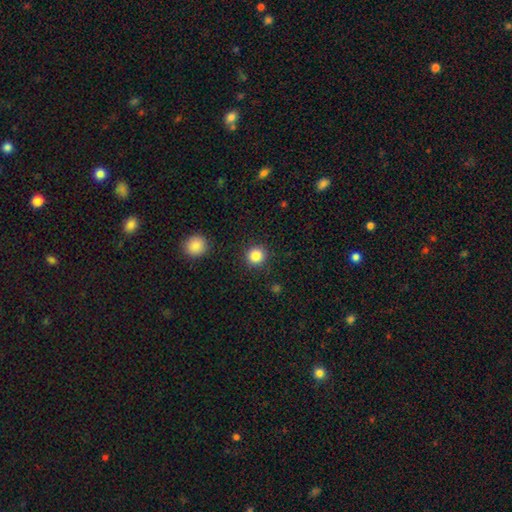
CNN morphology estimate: A smooth galaxy with no disk features (85%) that is round (94%).

Vote fractions:
- Smooth or featured? smooth: 85% / star or artifact: 11% / featured or disk: 5%
- How rounded? round: 94% / in between: 5% / cigar-shaped: 1%
- Merging? none: 90% / minor disturbance: 6% / major disturbance: 2% / merger: 2%